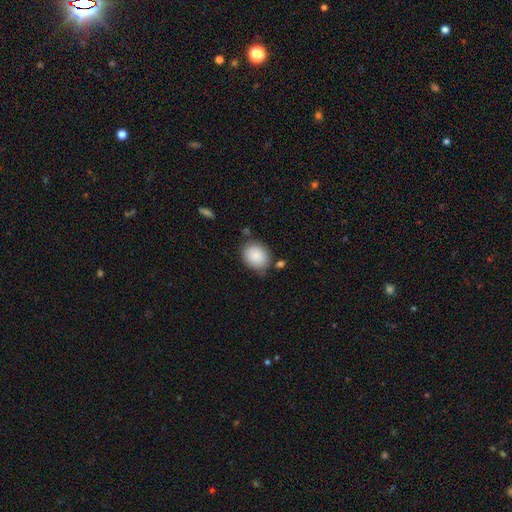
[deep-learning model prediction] A smooth galaxy with no disk features (88%) that is round (58%).

Vote fractions:
- Smooth or featured? smooth: 88% / star or artifact: 7% / featured or disk: 5%
- How rounded? round: 58% / in between: 41% / cigar-shaped: 1%
- Merging? none: 72% / minor disturbance: 18% / merger: 6% / major disturbance: 4%